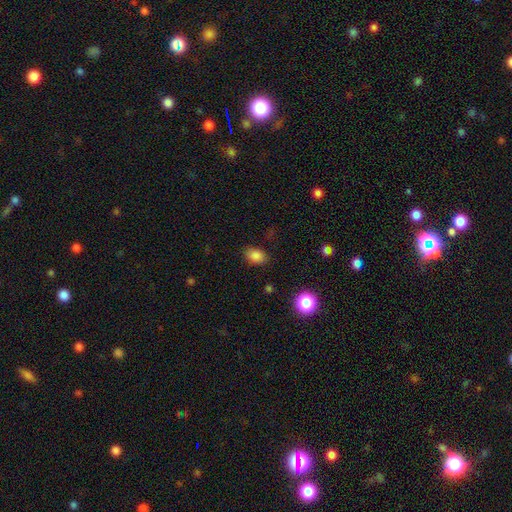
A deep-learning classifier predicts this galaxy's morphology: A smooth galaxy with no disk features (84%) that is in between round and cigar-shaped (76%).

Vote fractions:
- Smooth or featured? smooth: 84% / star or artifact: 12% / featured or disk: 5%
- How rounded? in between: 76% / round: 23% / cigar-shaped: 1%
- Merging? none: 83% / minor disturbance: 12% / major disturbance: 3% / merger: 1%